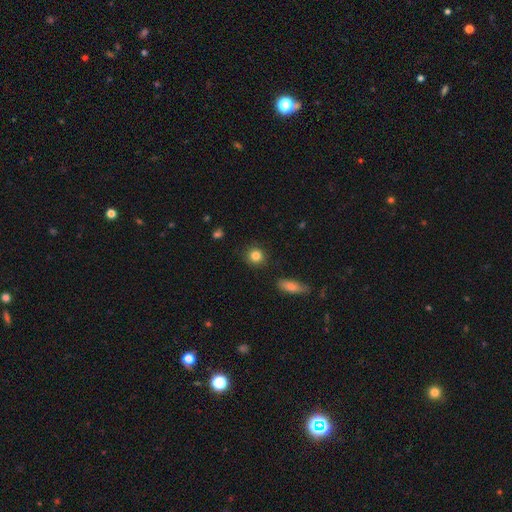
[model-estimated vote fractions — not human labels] Overall: smooth (85%). How rounded: round (88%). Merging: none (88%).